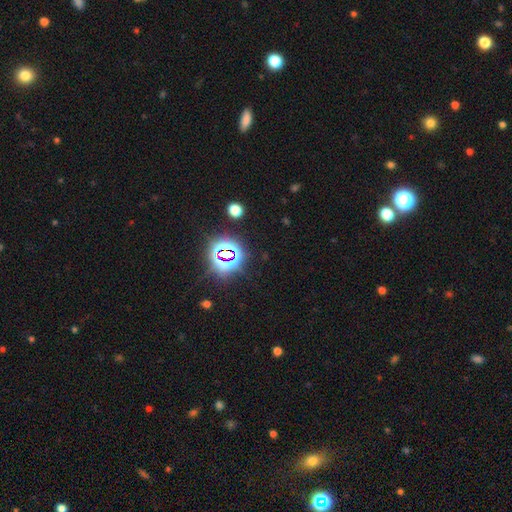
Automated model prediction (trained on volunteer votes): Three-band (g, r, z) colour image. It shows a star or artifact, not a galaxy (79%).